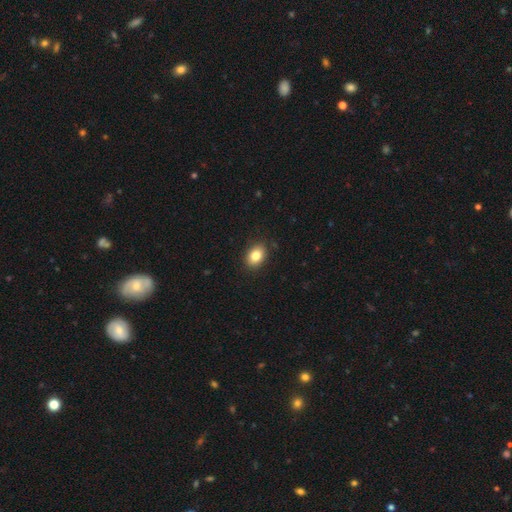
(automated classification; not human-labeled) Smooth or featured? smooth (84%)
How rounded? in between (74%)
Merging? none (88%)